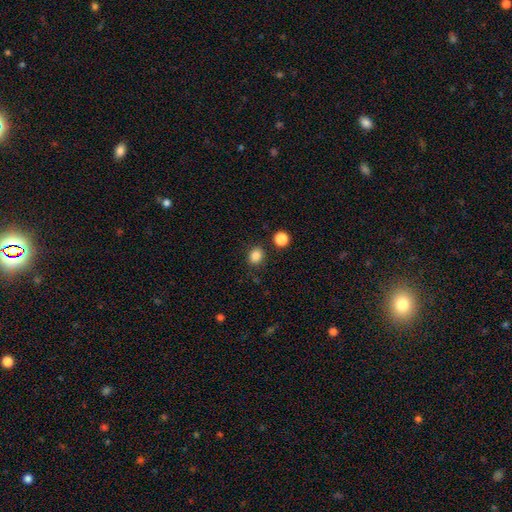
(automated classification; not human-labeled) This is clearly a smooth galaxy (85%). How rounded: possibly round (55%). Merging: clearly none (84%).